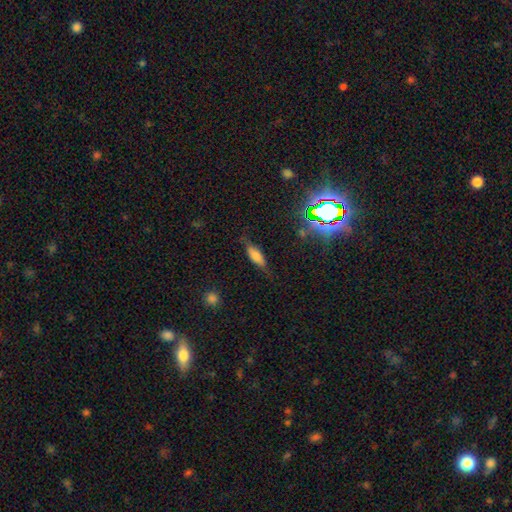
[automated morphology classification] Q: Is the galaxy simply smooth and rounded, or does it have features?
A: smooth — 63%.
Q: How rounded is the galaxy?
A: in between — 57%.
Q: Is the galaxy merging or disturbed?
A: none — 72%.